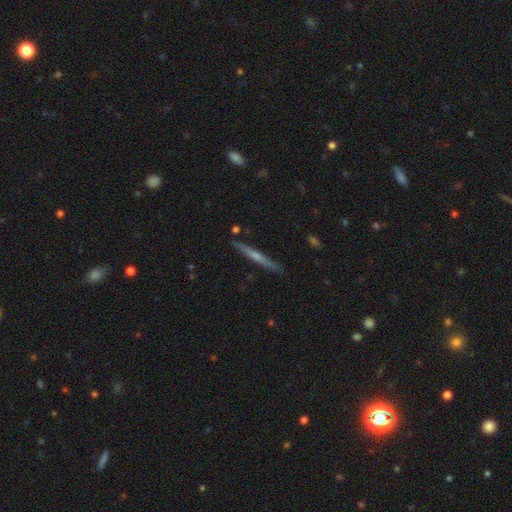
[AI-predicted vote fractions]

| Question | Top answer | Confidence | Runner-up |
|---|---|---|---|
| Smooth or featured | featured or disk | 62% | smooth (24%) |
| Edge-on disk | yes | 94% | no (6%) |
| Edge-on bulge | rounded | 73% | none (19%) |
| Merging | none | 86% | minor disturbance (9%) |